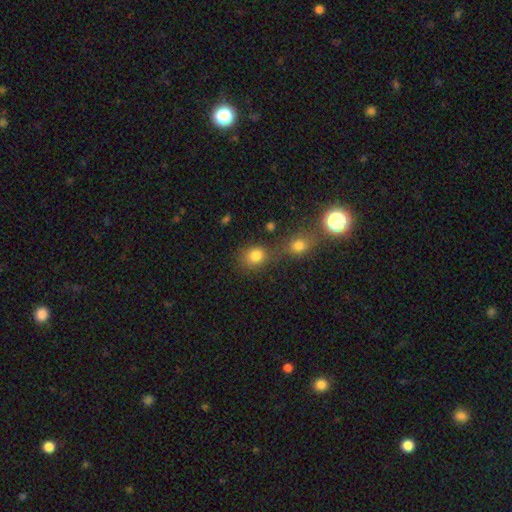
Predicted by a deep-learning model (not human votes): Smooth or featured: smooth — 81% (star or artifact — 13%)
How rounded: round — 69% (in between — 30%)
Merging: none — 54% (merger — 29%)